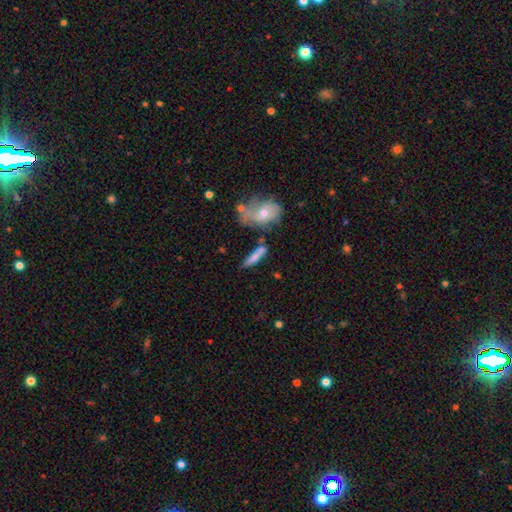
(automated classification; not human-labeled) This appears to be a smooth galaxy with no disk features (66%) that is cigar-shaped (72%). Merging: none (51%).